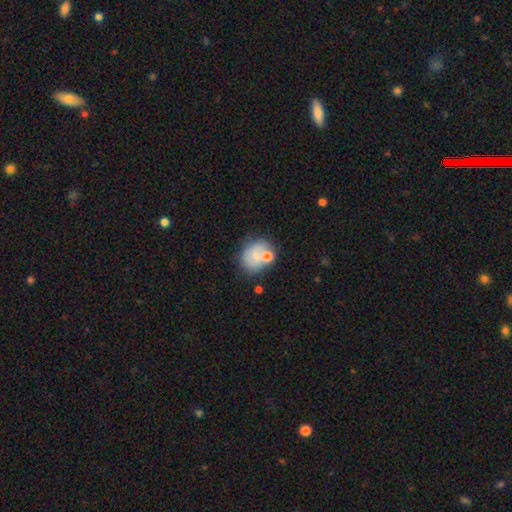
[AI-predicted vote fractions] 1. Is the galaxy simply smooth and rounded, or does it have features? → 61% smooth, 30% featured or disk, 10% star or artifact.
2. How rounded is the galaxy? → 65% round, 34% in between, 1% cigar-shaped.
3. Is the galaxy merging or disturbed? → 48% none, 26% merger, 18% minor disturbance, 8% major disturbance.